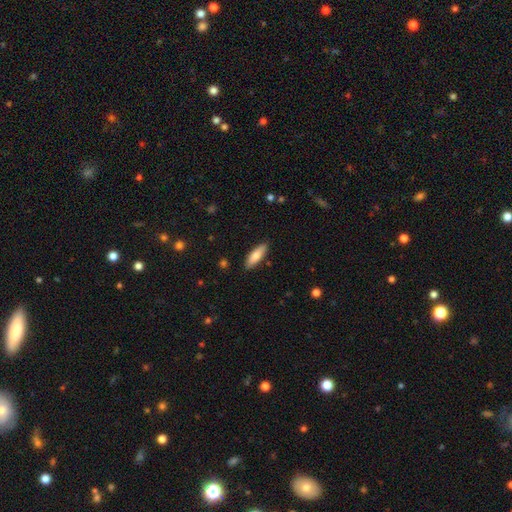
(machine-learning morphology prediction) Smooth or featured? smooth (75%)
How rounded? in between (54%)
Merging? none (88%)